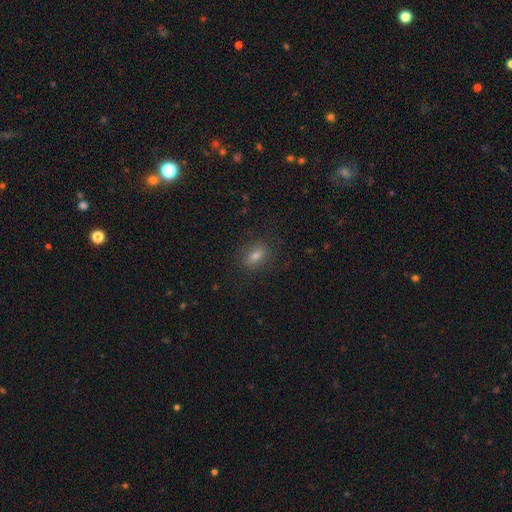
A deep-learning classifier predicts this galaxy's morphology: smooth 66%, star or artifact 18%, featured or disk 16%. Down the decision tree: how rounded — in between (73%); merging — none (82%).